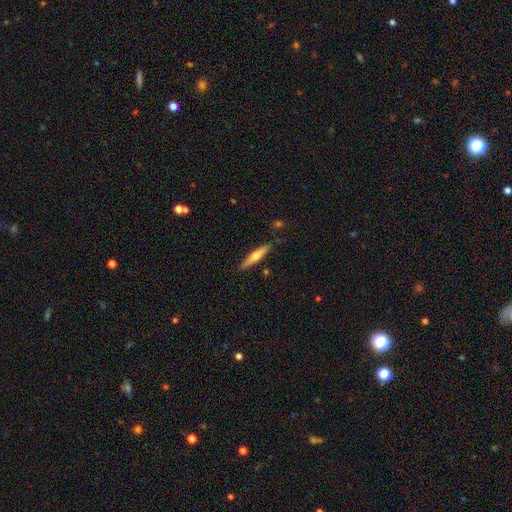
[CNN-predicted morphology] type=smooth (49%); merging=none (86%).